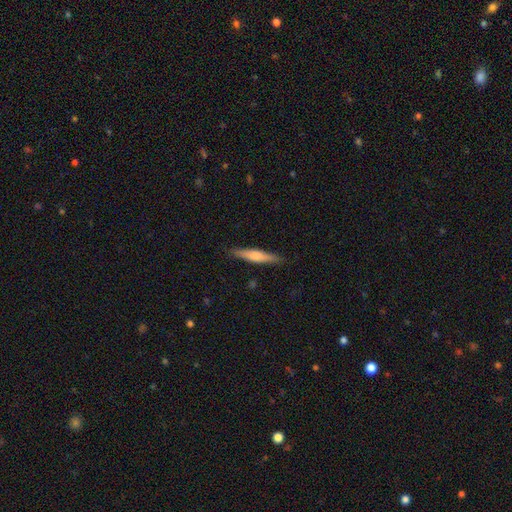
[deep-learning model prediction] smooth_or_featured: smooth (p=0.56) [alt: featured or disk p=0.39]
how_rounded: cigar-shaped (p=0.87) [alt: in between p=0.11]
merging: none (p=0.88) [alt: minor disturbance p=0.09]